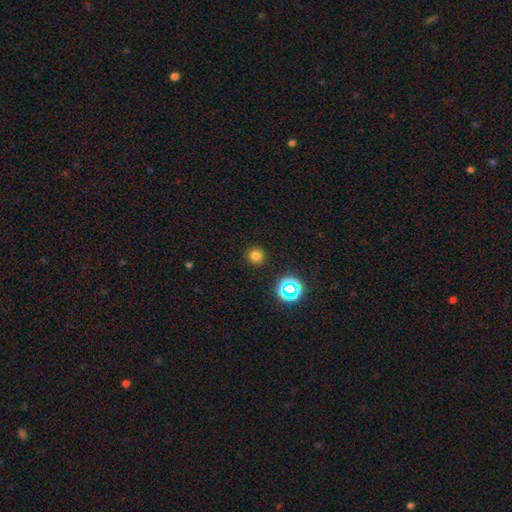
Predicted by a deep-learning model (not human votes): This appears to be a smooth galaxy with no disk features (75%) that is round (94%). Merging: none (91%).